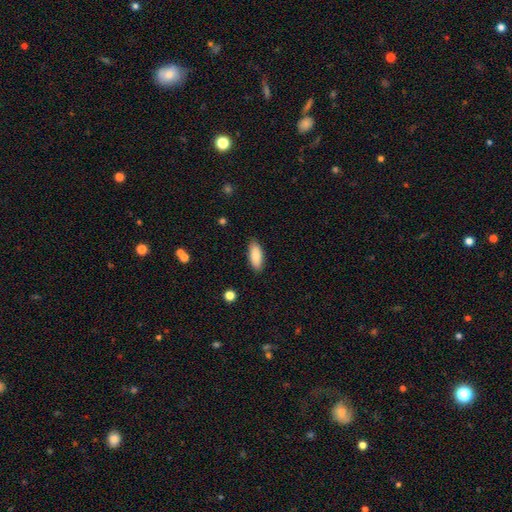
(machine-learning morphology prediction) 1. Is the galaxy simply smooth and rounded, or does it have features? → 85% smooth, 9% featured or disk, 6% star or artifact.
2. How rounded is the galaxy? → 82% in between, 16% cigar-shaped, 2% round.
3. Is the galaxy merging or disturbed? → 86% none, 11% minor disturbance, 2% major disturbance, 1% merger.